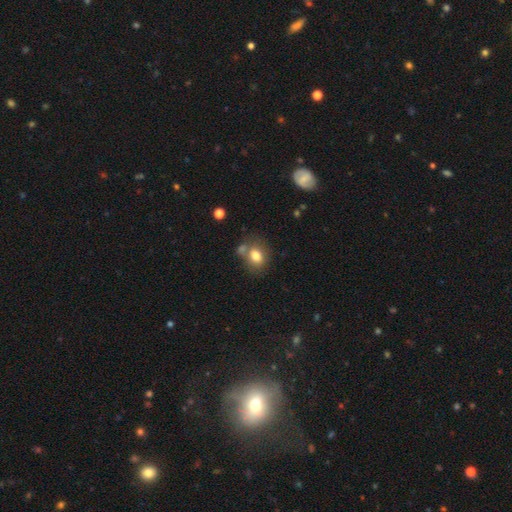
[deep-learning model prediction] The model was most divided on "how rounded": in between: 55%, round: 44%, cigar-shaped: 1%. More confident: smooth or featured — smooth (78%); merging — none (57%).